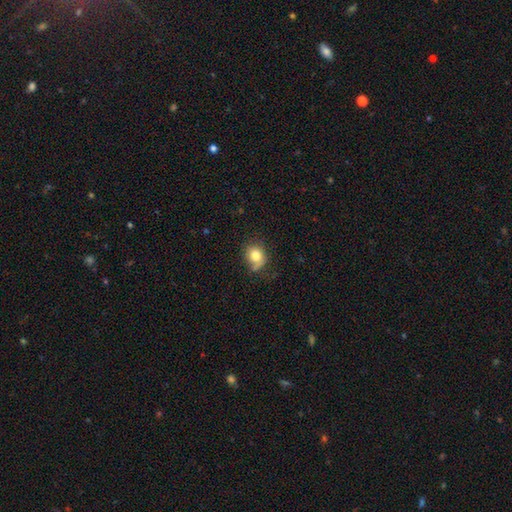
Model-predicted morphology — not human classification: Q: Smooth or featured?
A: smooth (79%); runner-up: featured or disk (11%)
Q: How rounded?
A: round (67%); runner-up: in between (32%)
Q: Merging?
A: none (57%); runner-up: minor disturbance (29%)